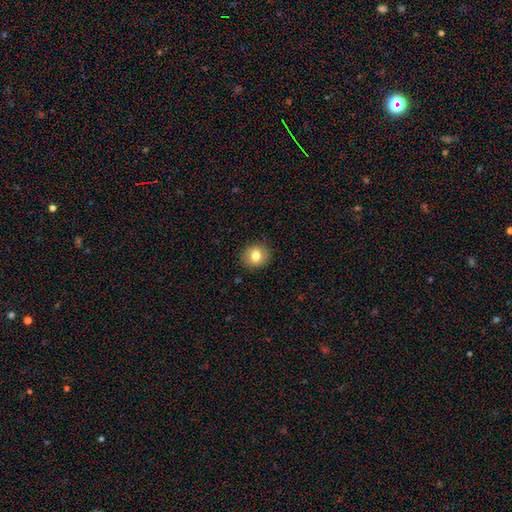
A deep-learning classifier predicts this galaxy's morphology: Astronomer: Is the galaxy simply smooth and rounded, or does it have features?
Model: smooth — 81%.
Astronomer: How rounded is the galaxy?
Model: round — 78%.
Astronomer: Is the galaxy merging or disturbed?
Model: none — 90%.